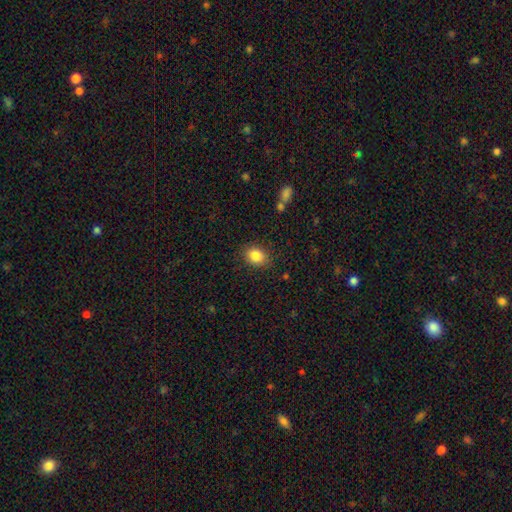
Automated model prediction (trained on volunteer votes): Overall: smooth (86%). How rounded: in between (58%; round 41%). Merging: none (85%).